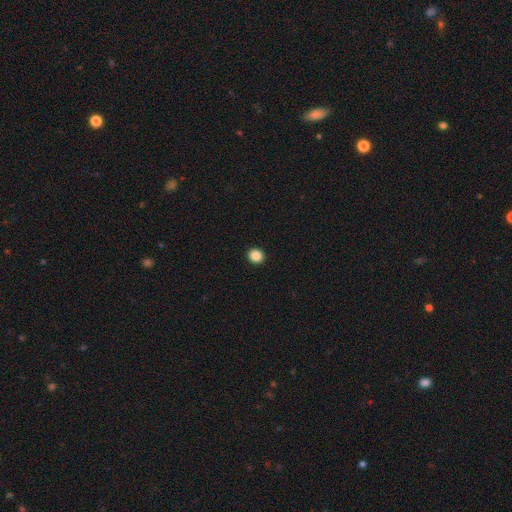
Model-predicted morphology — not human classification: Smooth or featured?
  - smooth: 87% *
  - star or artifact: 10%
  - featured or disk: 3%
How rounded?
  - round: 84% *
  - in between: 15%
  - cigar-shaped: 1%
Merging?
  - none: 93% *
  - minor disturbance: 4%
  - major disturbance: 1%
  - merger: 1%